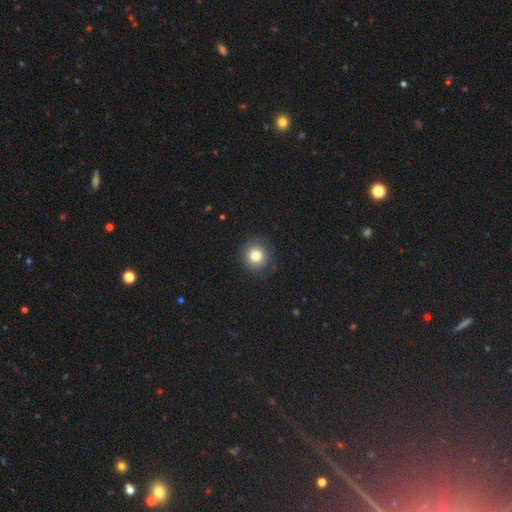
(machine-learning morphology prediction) Smooth or featured? smooth (80%)
How rounded? round (93%)
Merging? none (88%)